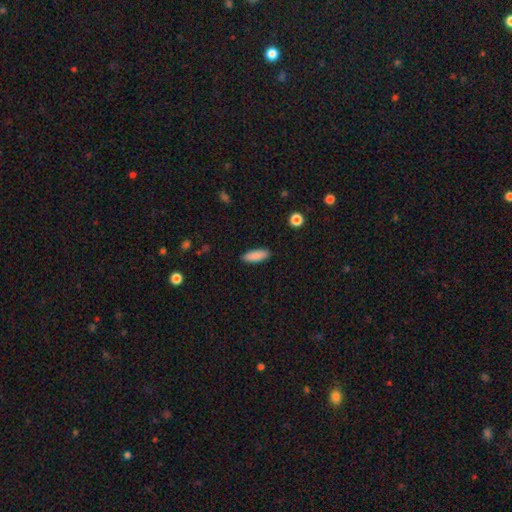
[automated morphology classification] Smooth or featured: smooth — 88% (star or artifact — 6%)
How rounded: in between — 67% (cigar-shaped — 32%)
Merging: none — 88% (minor disturbance — 9%)